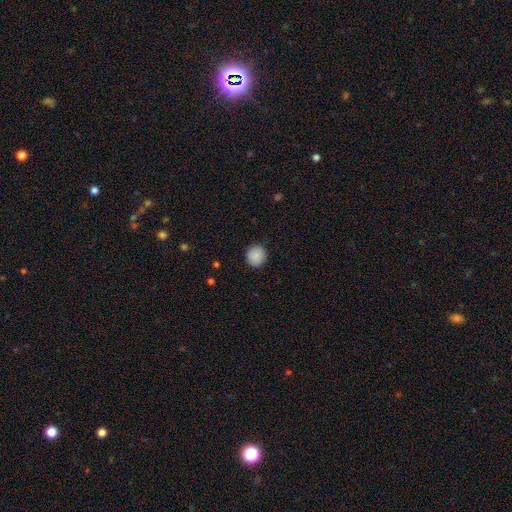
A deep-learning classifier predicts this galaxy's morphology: Overall: smooth (89%). How rounded: round (89%). Merging: none (90%).